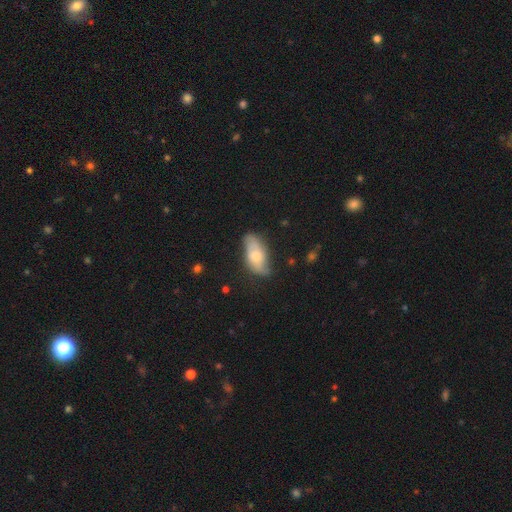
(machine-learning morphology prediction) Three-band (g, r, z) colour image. It shows a smooth galaxy with no disk features (62%) that is in between round and cigar-shaped (83%). Merging: none (65%).